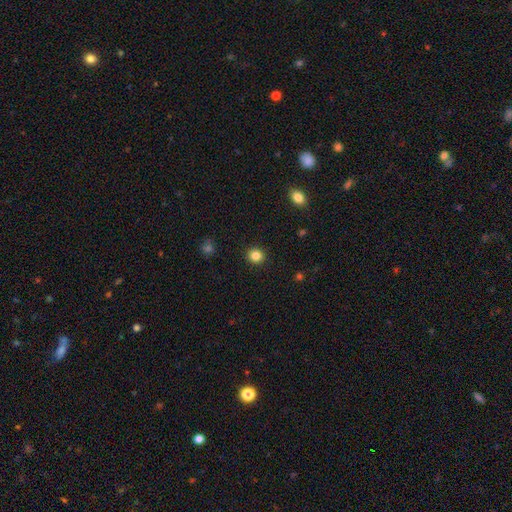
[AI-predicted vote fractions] smooth-or-featured: smooth: 84% | star or artifact: 12% | featured or disk: 5%
  how-rounded: round: 87% | in between: 12% | cigar-shaped: 1%
  merging: none: 92% | minor disturbance: 5% | major disturbance: 2% | merger: 1%